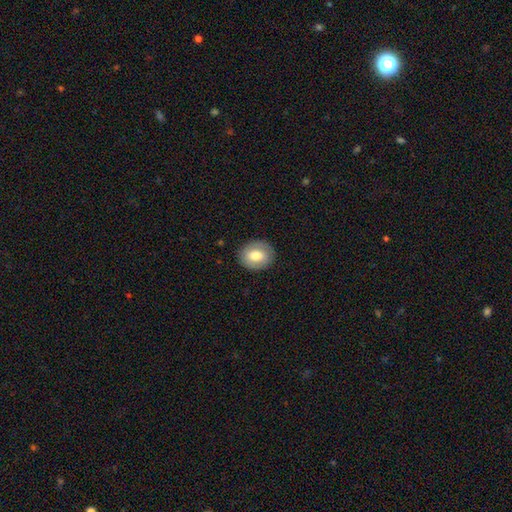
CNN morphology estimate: Smooth or featured? Predicted: smooth (p=0.69). How rounded? Predicted: round (p=0.55). Merging? Predicted: none (p=0.86).